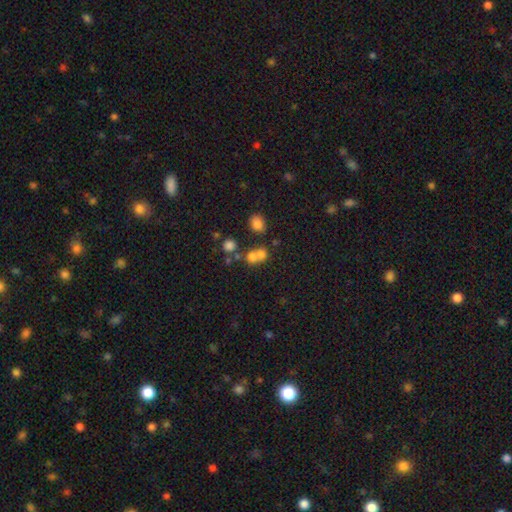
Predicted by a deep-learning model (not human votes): Smooth or featured: smooth — 69% (star or artifact — 17%)
How rounded: round — 78% (in between — 21%)
Merging: merger — 52% (none — 38%)